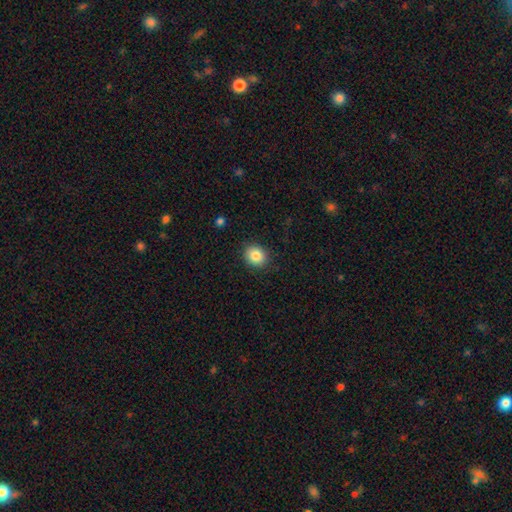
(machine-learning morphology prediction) The model was most divided on "how rounded": round: 71%, in between: 28%, cigar-shaped: 1%. More confident: merging — none (89%); smooth or featured — smooth (84%).